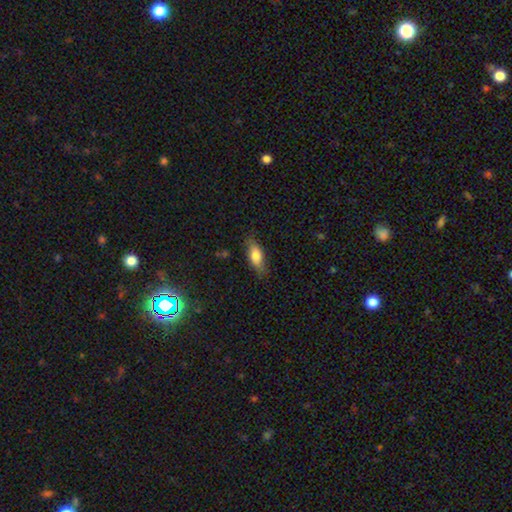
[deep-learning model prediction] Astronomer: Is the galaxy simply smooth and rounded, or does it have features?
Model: smooth — 76%.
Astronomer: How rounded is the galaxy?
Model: in between — 75%.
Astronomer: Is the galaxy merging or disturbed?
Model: none — 79%.